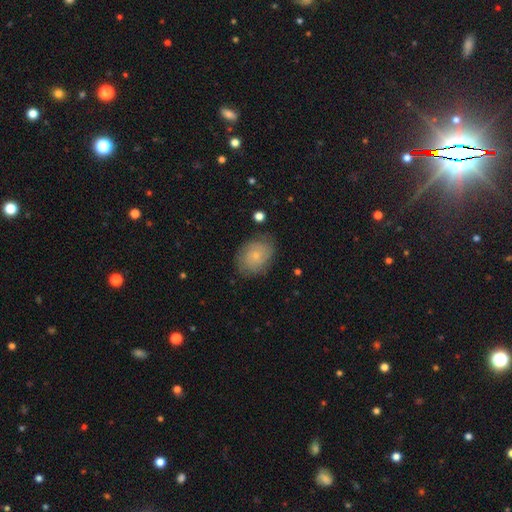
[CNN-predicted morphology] Smooth or featured? Predicted: smooth (p=0.47). Merging? Predicted: none (p=0.74).